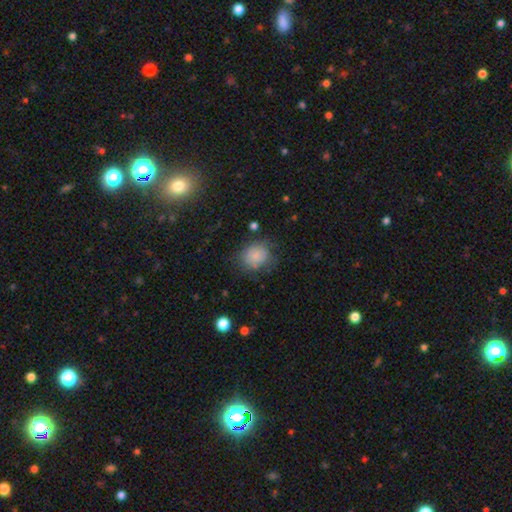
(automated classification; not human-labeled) The model was most divided on "how rounded": round: 63%, in between: 36%, cigar-shaped: 1%. More confident: smooth or featured — smooth (82%); merging — none (64%).